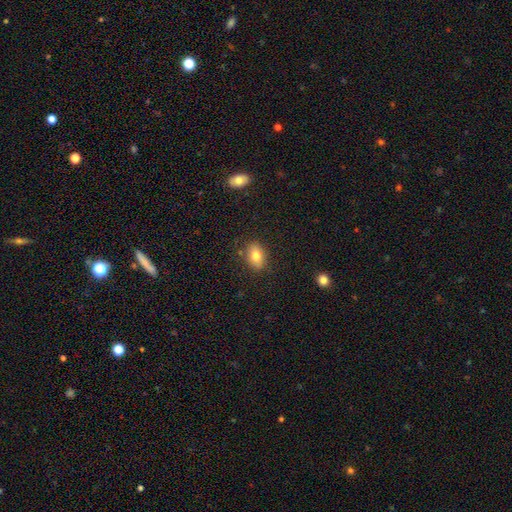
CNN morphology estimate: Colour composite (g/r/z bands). It shows a smooth galaxy with no disk features (79%) that is in between round and cigar-shaped (83%). Merging: none (83%).